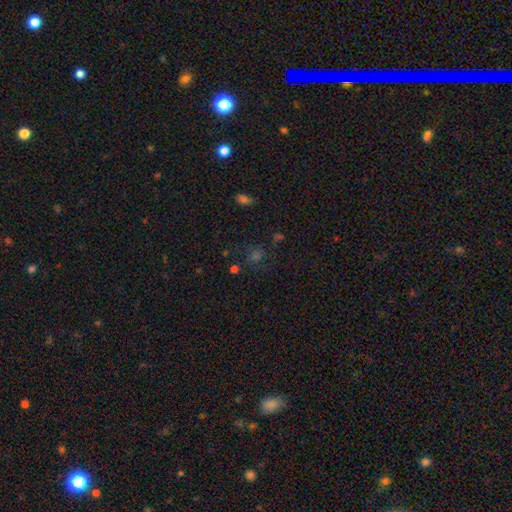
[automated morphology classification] Smooth or featured: star or artifact — 48% (smooth — 41%)